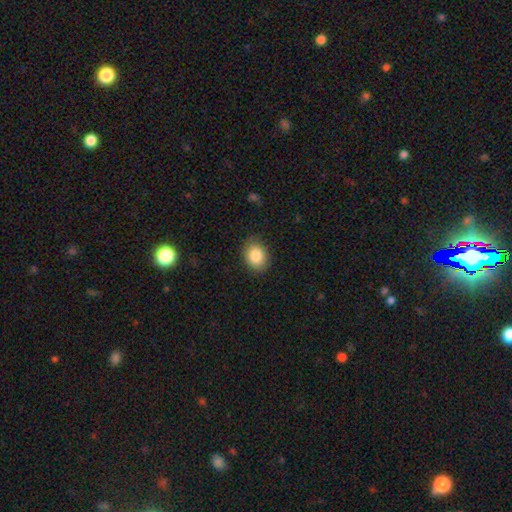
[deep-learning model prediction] Morphology: type=smooth (85%); roundness=in between (58%); merging=none (86%).